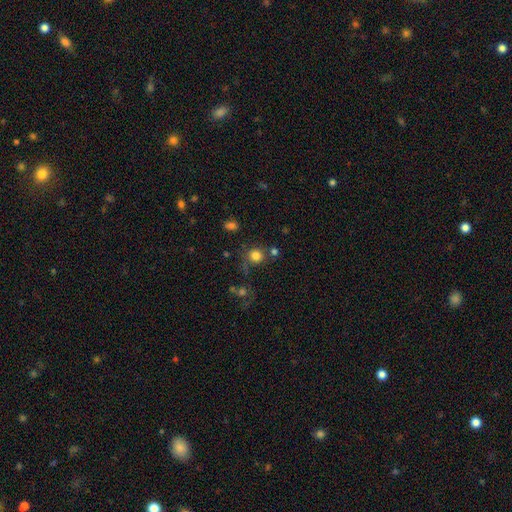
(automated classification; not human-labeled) This appears to be a smooth galaxy with no disk features (80%) that is round (87%). Merging: none (66%).